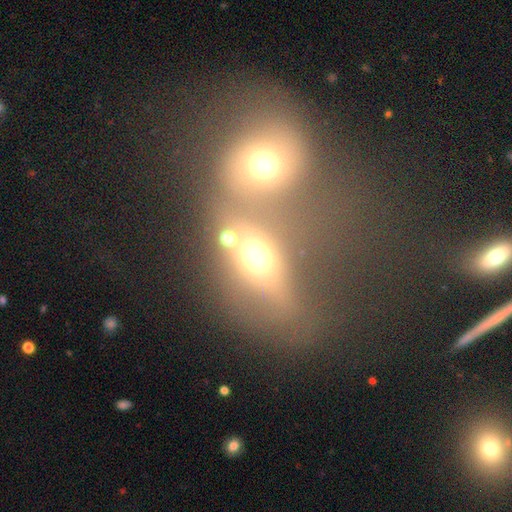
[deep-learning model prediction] smooth_or_featured: smooth (p=0.56) [alt: featured or disk p=0.26]
how_rounded: in between (p=0.57) [alt: round p=0.39]
merging: merger (p=0.65) [alt: none p=0.19]